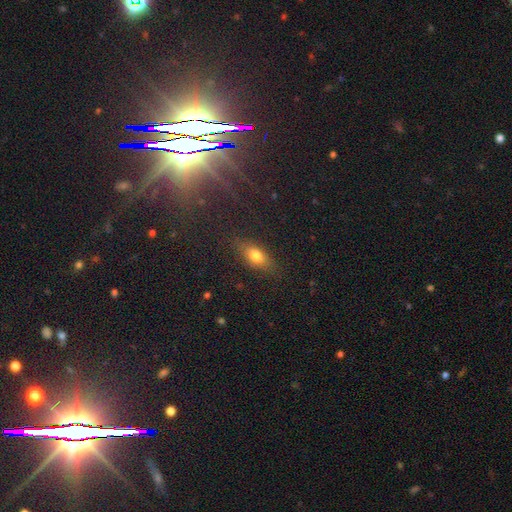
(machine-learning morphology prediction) smooth_or_featured: smooth (p=0.73) [alt: featured or disk p=0.15]
how_rounded: in between (p=0.77) [alt: cigar-shaped p=0.14]
merging: none (p=0.83) [alt: minor disturbance p=0.12]